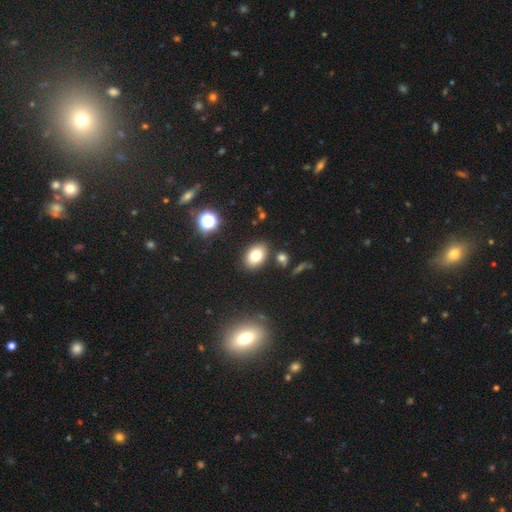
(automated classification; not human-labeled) This is likely a smooth galaxy (77%). How rounded: clearly in between (84%). Merging: clearly none (84%).